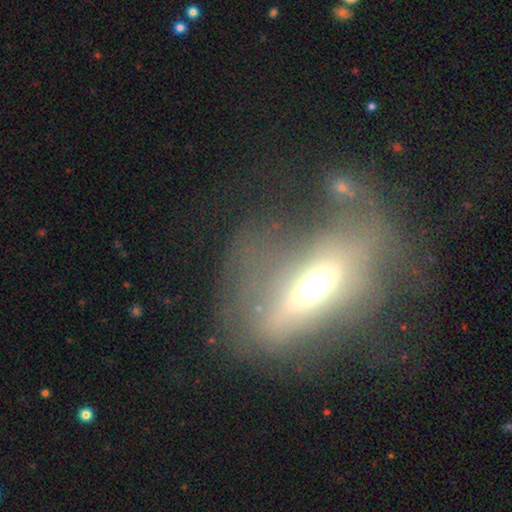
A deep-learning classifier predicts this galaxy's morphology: type=featured or disk (59%); edge-on=no (57%); merging=none (37%).